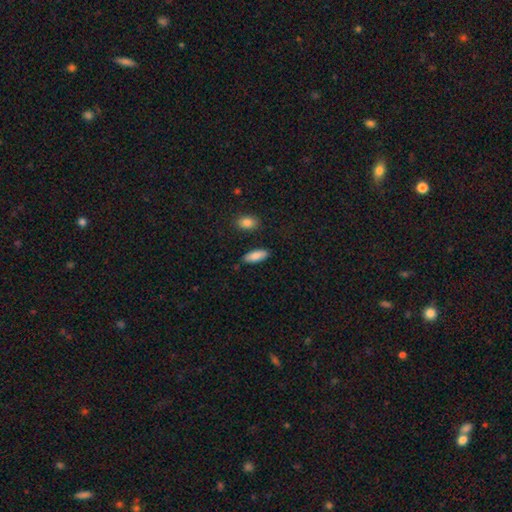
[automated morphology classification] smooth_or_featured: smooth (p=0.85) [alt: featured or disk p=0.08]
how_rounded: in between (p=0.75) [alt: cigar-shaped p=0.23]
merging: none (p=0.83) [alt: minor disturbance p=0.11]